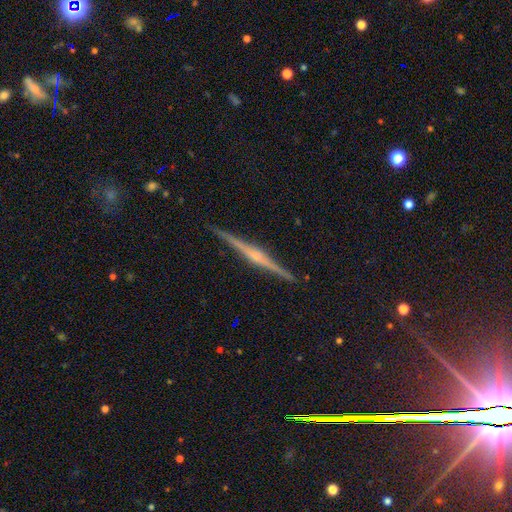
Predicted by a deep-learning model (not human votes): This appears to be a featured or disk galaxy (84%) viewed edge-on (99%) with a rounded central bulge (72%). Merging: none (92%).